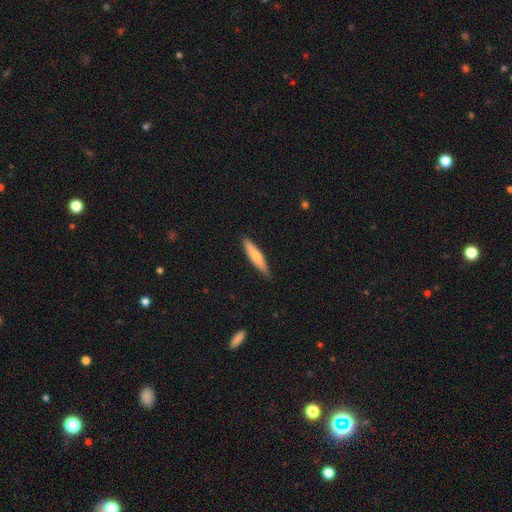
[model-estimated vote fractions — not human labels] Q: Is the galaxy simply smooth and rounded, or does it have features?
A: smooth — 71%.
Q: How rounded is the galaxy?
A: cigar-shaped — 86%.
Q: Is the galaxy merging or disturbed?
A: none — 87%.